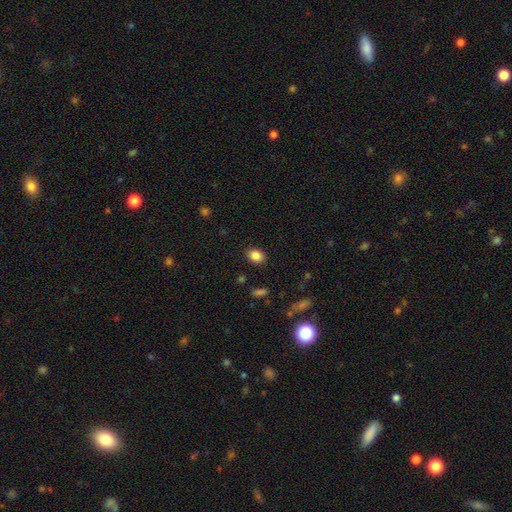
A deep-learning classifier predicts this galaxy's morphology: The model was most divided on "how rounded": in between: 61%, round: 38%, cigar-shaped: 1%. More confident: merging — none (87%); smooth or featured — smooth (86%).